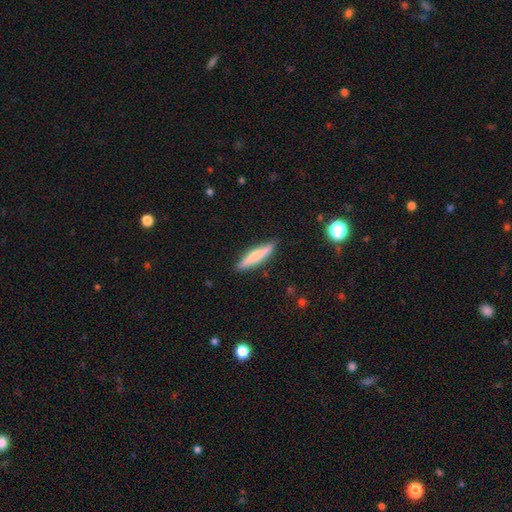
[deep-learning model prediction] Morphology: type=smooth (62%); roundness=cigar-shaped (84%); merging=none (86%).